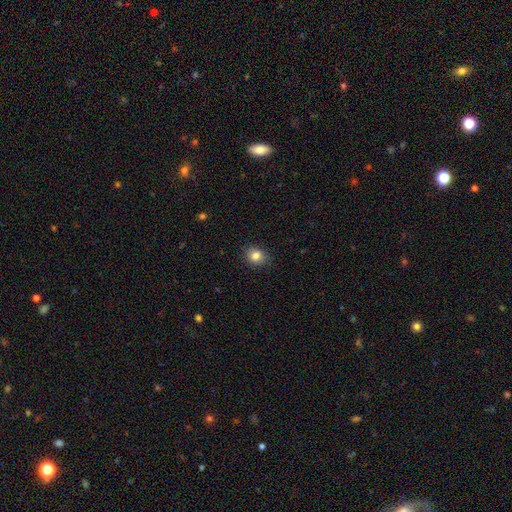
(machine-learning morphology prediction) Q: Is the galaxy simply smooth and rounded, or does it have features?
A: smooth — 82%.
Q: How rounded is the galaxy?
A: round — 60%.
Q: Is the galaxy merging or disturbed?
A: none — 89%.